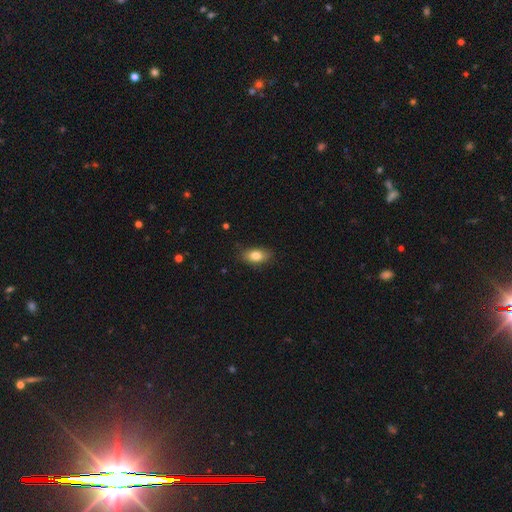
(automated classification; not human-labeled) Smooth or featured?
  - smooth: 82% *
  - featured or disk: 10%
  - star or artifact: 8%
How rounded?
  - in between: 88% *
  - round: 8%
  - cigar-shaped: 4%
Merging?
  - none: 81% *
  - minor disturbance: 15%
  - major disturbance: 3%
  - merger: 1%